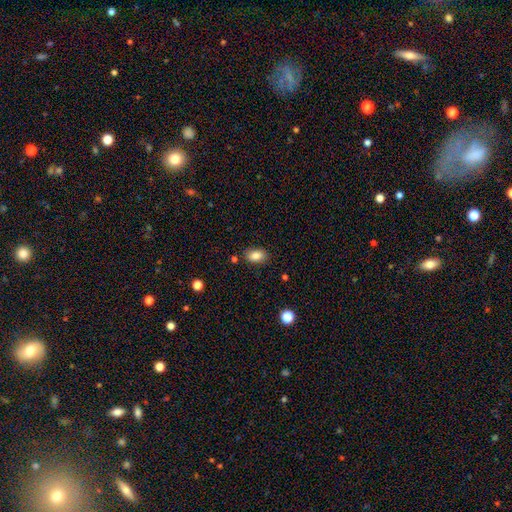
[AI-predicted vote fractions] smooth_or_featured: smooth (p=0.84) [alt: star or artifact p=0.09]
how_rounded: in between (p=0.87) [alt: round p=0.11]
merging: none (p=0.84) [alt: minor disturbance p=0.11]